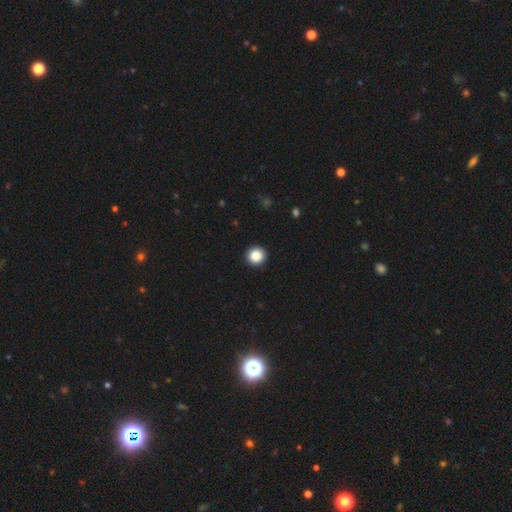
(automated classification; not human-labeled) Morphology: type=smooth (87%); roundness=round (94%); merging=none (93%).